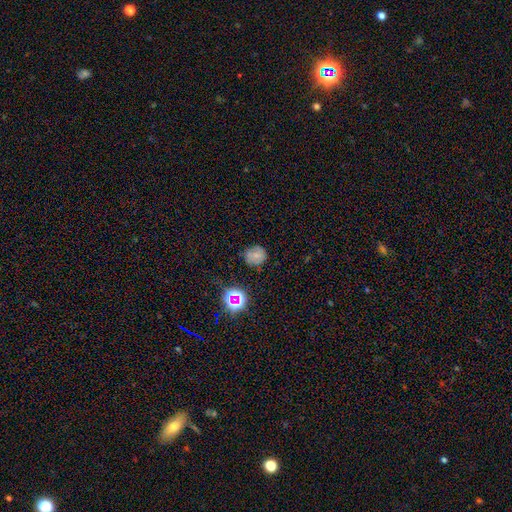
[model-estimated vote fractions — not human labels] The model was most divided on "smooth or featured": smooth: 62%, star or artifact: 19%, featured or disk: 19%. More confident: how rounded — round (79%); merging — none (73%).